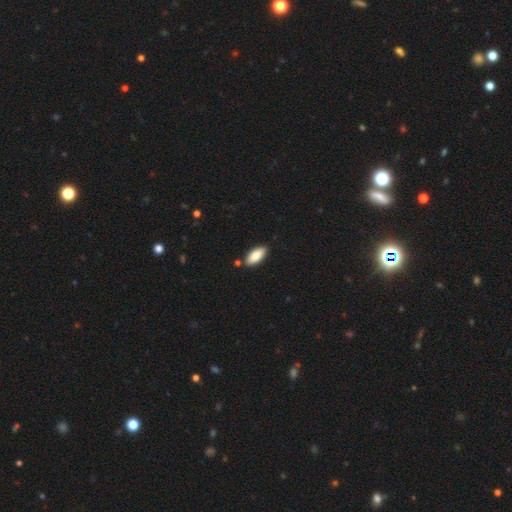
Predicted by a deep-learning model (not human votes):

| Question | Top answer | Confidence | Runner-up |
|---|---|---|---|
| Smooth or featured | smooth | 85% | featured or disk (10%) |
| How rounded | in between | 85% | cigar-shaped (14%) |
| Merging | none | 85% | minor disturbance (10%) |